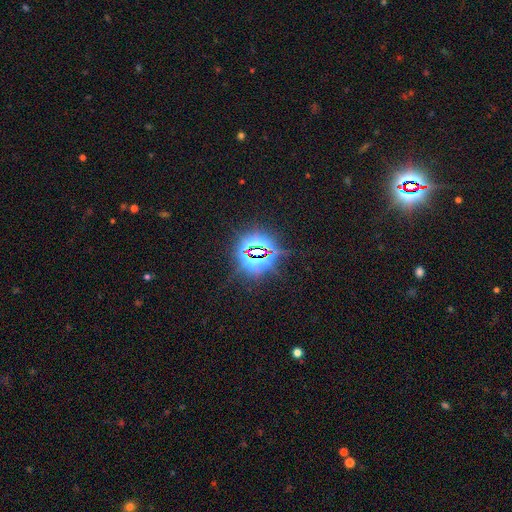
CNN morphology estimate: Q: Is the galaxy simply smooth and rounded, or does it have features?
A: star or artifact — 81%.